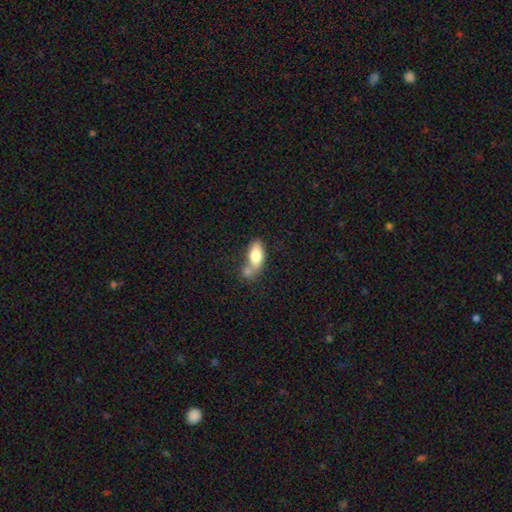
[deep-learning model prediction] A smooth galaxy with no disk features (75%) that is in between round and cigar-shaped (84%).

Vote fractions:
- Smooth or featured? smooth: 75% / featured or disk: 18% / star or artifact: 7%
- How rounded? in between: 84% / cigar-shaped: 12% / round: 4%
- Merging? merger: 40% / none: 35% / minor disturbance: 17% / major disturbance: 8%